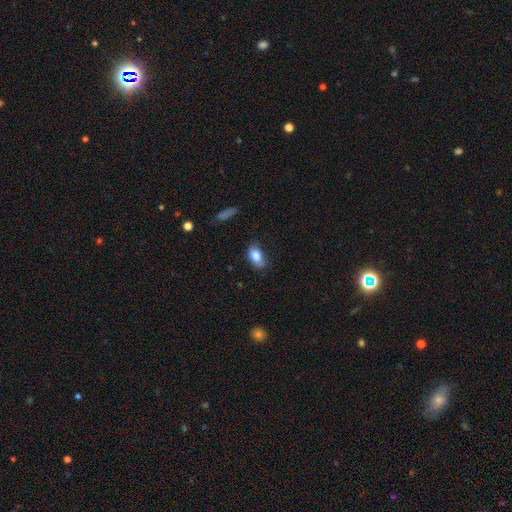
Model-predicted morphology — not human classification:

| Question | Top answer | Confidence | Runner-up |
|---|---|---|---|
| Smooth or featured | smooth | 83% | featured or disk (9%) |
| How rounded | in between | 89% | round (8%) |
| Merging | none | 62% | minor disturbance (28%) |